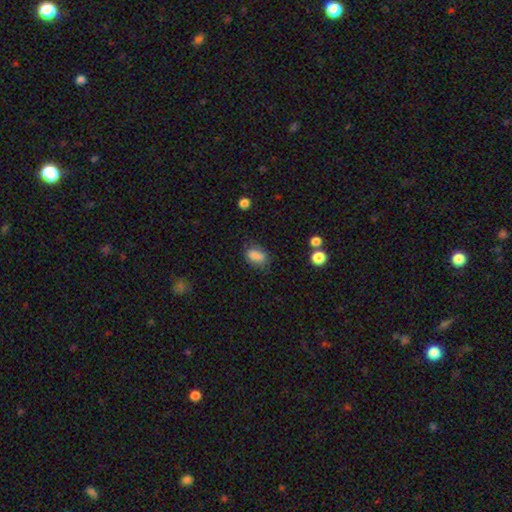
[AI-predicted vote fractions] smooth_or_featured: smooth (p=0.82) [alt: star or artifact p=0.10]
how_rounded: in between (p=0.82) [alt: round p=0.13]
merging: none (p=0.65) [alt: minor disturbance p=0.24]